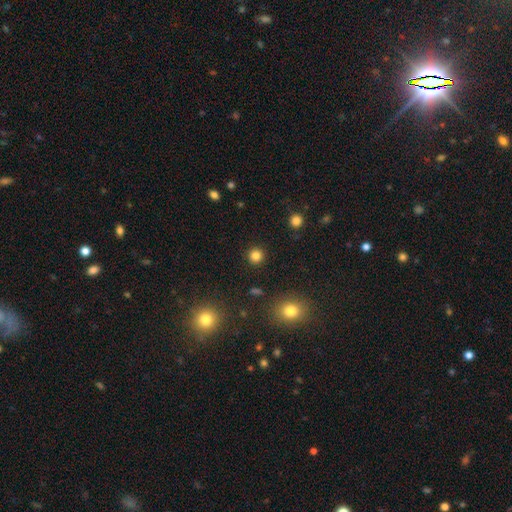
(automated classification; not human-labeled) This appears to be a smooth galaxy with no disk features (83%) that is round (94%). Merging: none (92%).